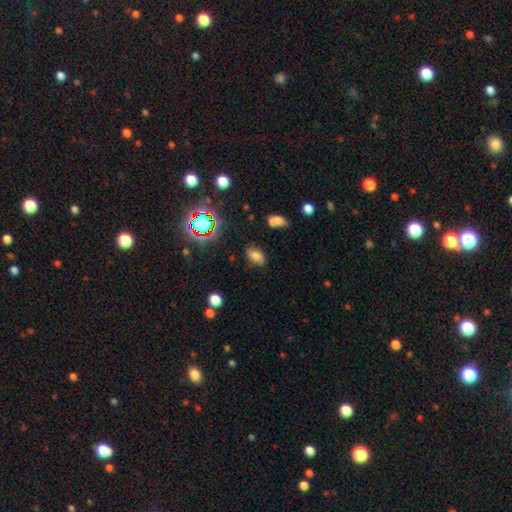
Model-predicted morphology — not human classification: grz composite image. It shows a smooth galaxy with no disk features (72%) that is in between round and cigar-shaped (89%). Merging: none (77%).